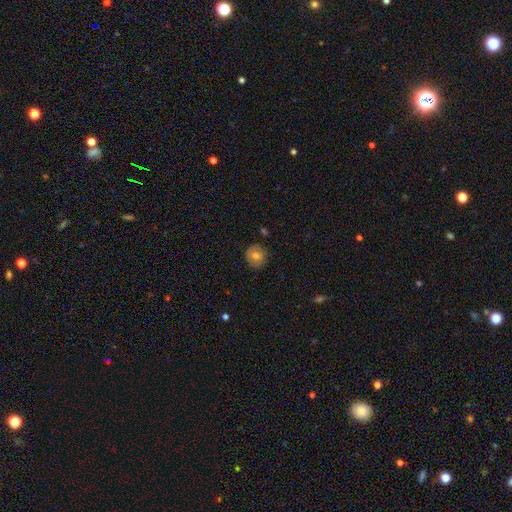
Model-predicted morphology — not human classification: Smooth or featured? Predicted: smooth (p=0.70). How rounded? Predicted: round (p=0.82). Merging? Predicted: none (p=0.82).